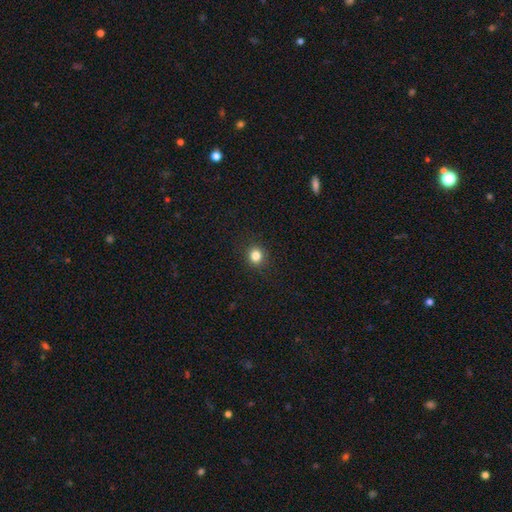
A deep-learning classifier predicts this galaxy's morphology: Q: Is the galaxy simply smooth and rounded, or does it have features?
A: smooth — 83%.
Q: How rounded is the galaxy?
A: round — 85%.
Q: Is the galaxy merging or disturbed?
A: none — 91%.